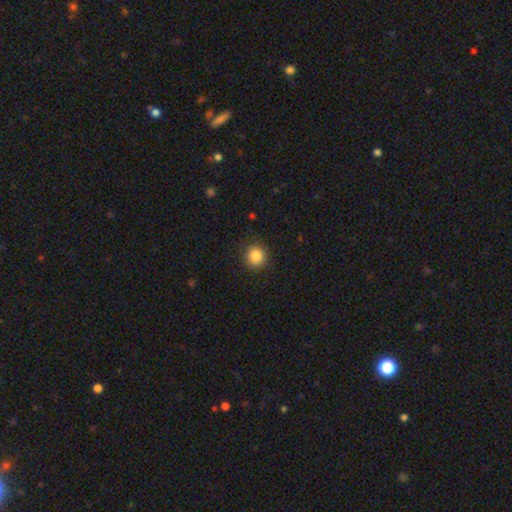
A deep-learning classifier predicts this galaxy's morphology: Smooth or featured?
  - smooth: 86% *
  - star or artifact: 9%
  - featured or disk: 4%
How rounded?
  - round: 91% *
  - in between: 8%
  - cigar-shaped: 1%
Merging?
  - none: 89% *
  - minor disturbance: 7%
  - major disturbance: 2%
  - merger: 1%